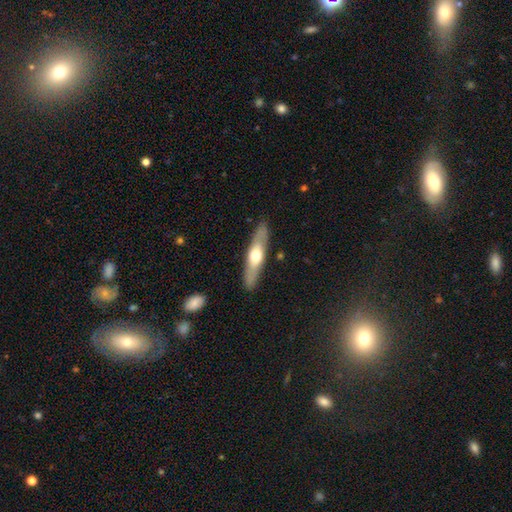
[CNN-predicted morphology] A featured or disk galaxy (51%) viewed edge-on (82%). Merging: none (88%).